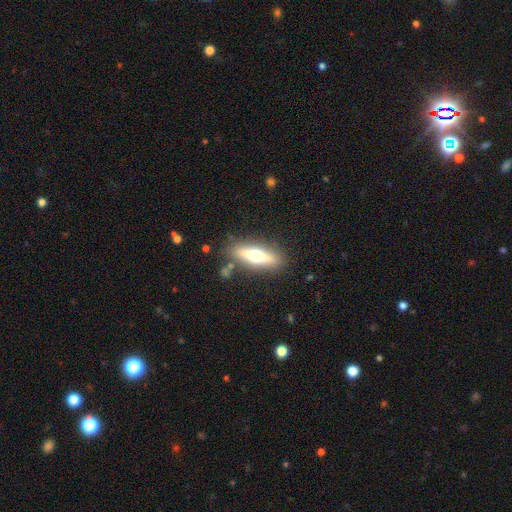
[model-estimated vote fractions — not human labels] A featured or disk galaxy (48%).

Vote fractions:
- Smooth or featured? featured or disk: 48% / smooth: 45% / star or artifact: 7%
- Merging? none: 82% / minor disturbance: 11% / major disturbance: 4% / merger: 3%